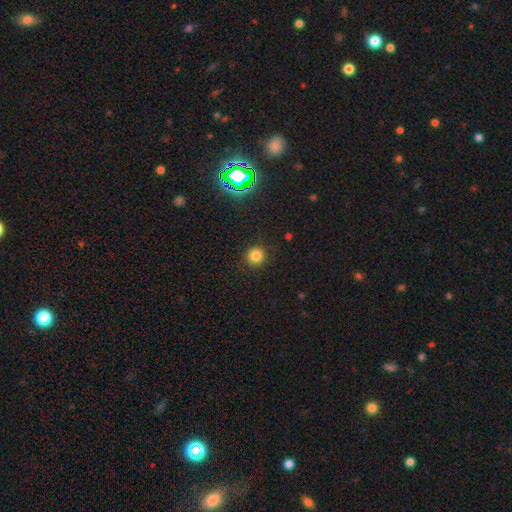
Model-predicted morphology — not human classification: type=smooth (79%); roundness=round (93%); merging=none (90%).